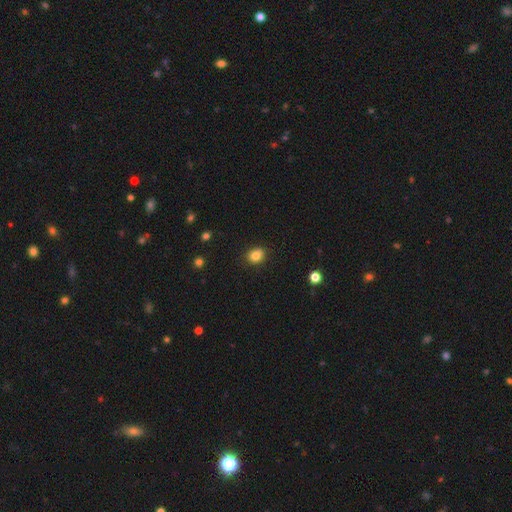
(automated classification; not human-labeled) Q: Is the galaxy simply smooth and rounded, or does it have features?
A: smooth — 81%.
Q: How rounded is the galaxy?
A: round — 57%.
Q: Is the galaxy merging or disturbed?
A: none — 80%.